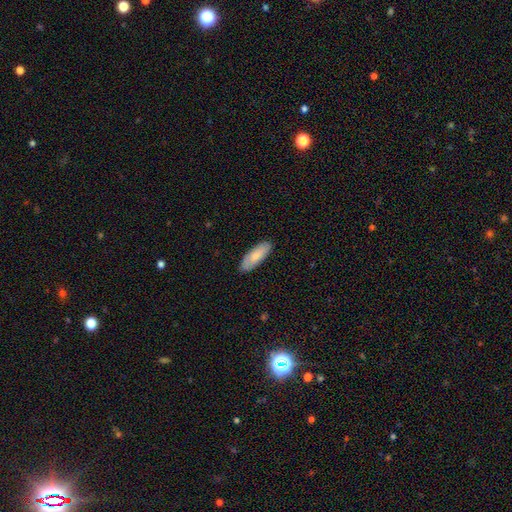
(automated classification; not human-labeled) smooth_or_featured: smooth (p=0.77) [alt: featured or disk p=0.18]
how_rounded: in between (p=0.68) [alt: cigar-shaped p=0.30]
merging: none (p=0.87) [alt: minor disturbance p=0.10]